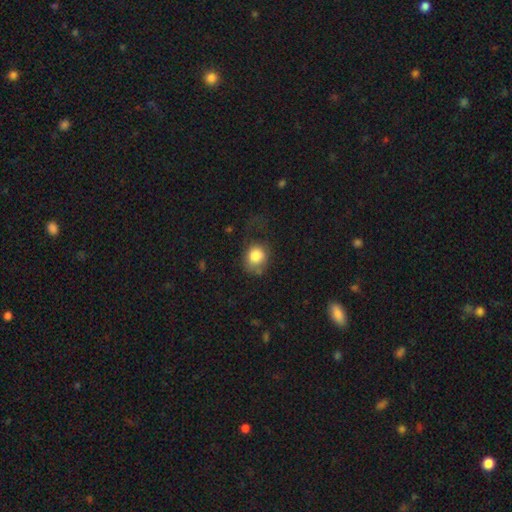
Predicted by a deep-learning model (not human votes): A smooth galaxy with no disk features (83%) that is round (68%).

Vote fractions:
- Smooth or featured? smooth: 83% / star or artifact: 9% / featured or disk: 8%
- How rounded? round: 68% / in between: 31% / cigar-shaped: 1%
- Merging? none: 50% / minor disturbance: 26% / major disturbance: 21% / merger: 3%